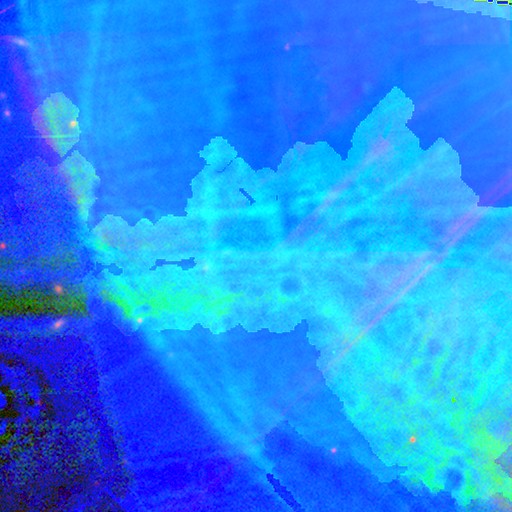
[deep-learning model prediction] The model was most divided on "smooth or featured": star or artifact: 84%, featured or disk: 9%, smooth: 7%.